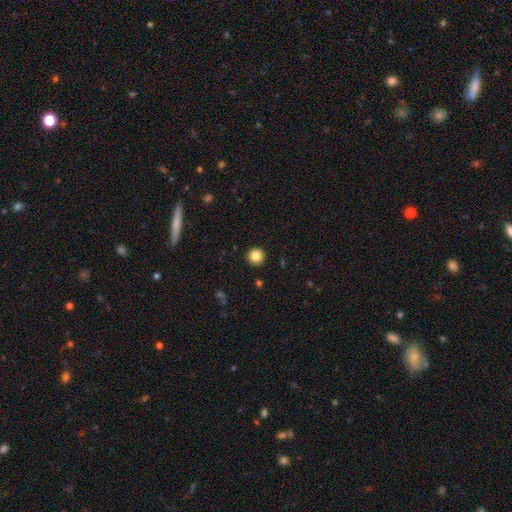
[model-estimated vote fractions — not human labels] Morphology: type=smooth (84%); roundness=round (95%); merging=none (92%).